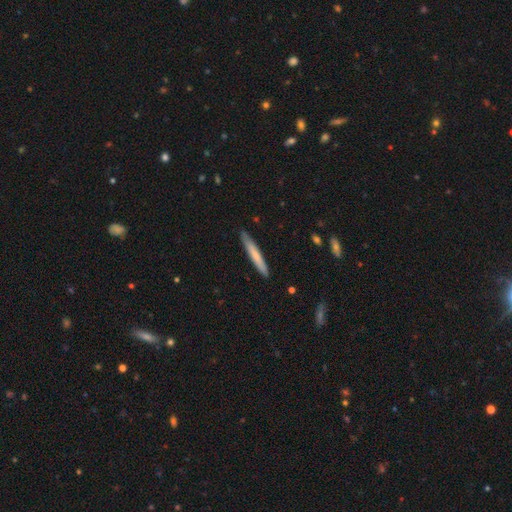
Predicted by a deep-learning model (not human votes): The model was most divided on "smooth or featured": smooth: 67%, featured or disk: 28%, star or artifact: 5%. More confident: how rounded — cigar-shaped (95%); merging — none (88%).